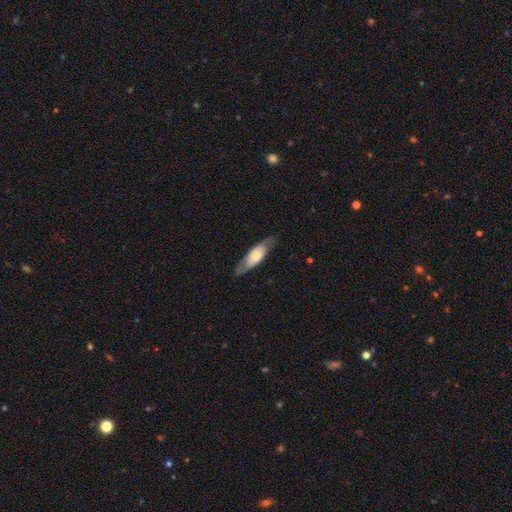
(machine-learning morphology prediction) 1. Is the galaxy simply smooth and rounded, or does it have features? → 48% smooth, 46% featured or disk, 6% star or artifact.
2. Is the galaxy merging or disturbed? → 77% none, 16% minor disturbance, 5% major disturbance, 1% merger.